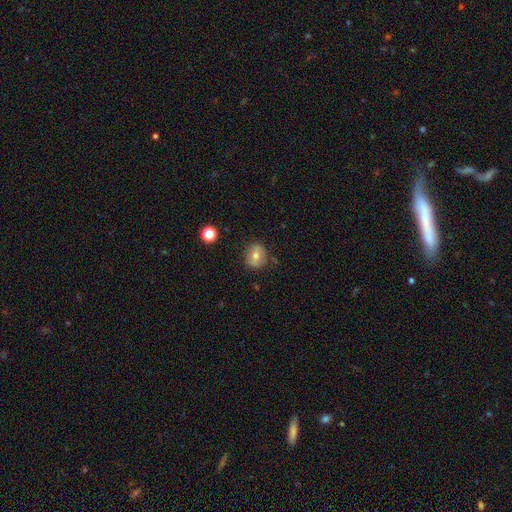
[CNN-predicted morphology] A smooth galaxy with no disk features (63%) that is round (75%).

Vote fractions:
- Smooth or featured? smooth: 63% / featured or disk: 27% / star or artifact: 10%
- How rounded? round: 75% / in between: 24% / cigar-shaped: 1%
- Merging? none: 78% / minor disturbance: 16% / major disturbance: 4% / merger: 2%